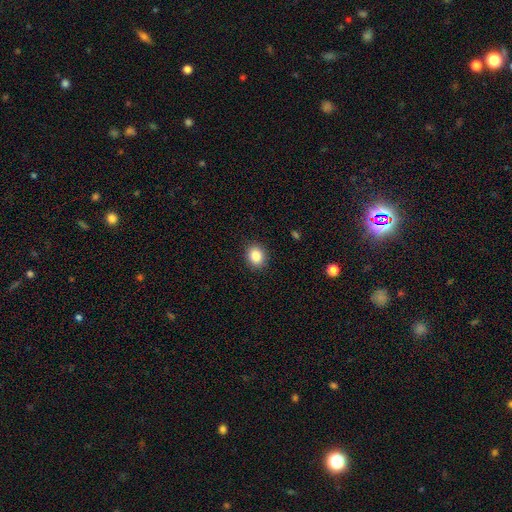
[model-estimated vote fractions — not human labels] This appears to be a smooth galaxy with no disk features (85%) that is round (64%). Merging: none (90%).